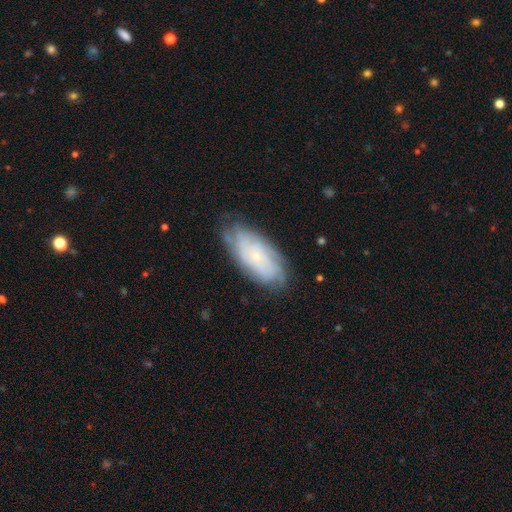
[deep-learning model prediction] Smooth or featured? featured or disk (57%)
Edge-on disk? no (91%)
Bar? no (80%)
Spiral arms? yes (84%)
Bulge size? small (80%)
Merging? none (75%)